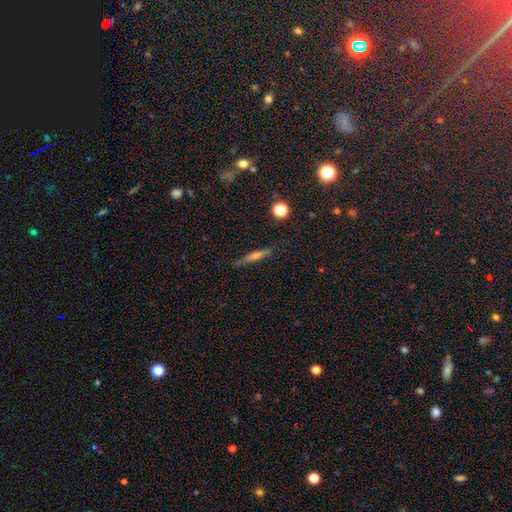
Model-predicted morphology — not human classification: The model was most divided on "smooth or featured": featured or disk: 52%, smooth: 37%, star or artifact: 11%. More confident: edge-on disk — yes (96%); merging — none (87%); edge-on bulge — rounded (75%).